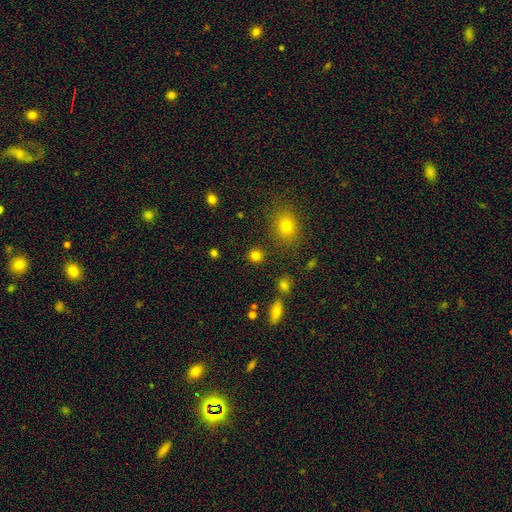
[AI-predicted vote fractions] Morphology: type=smooth (81%); roundness=round (88%); merging=none (88%).